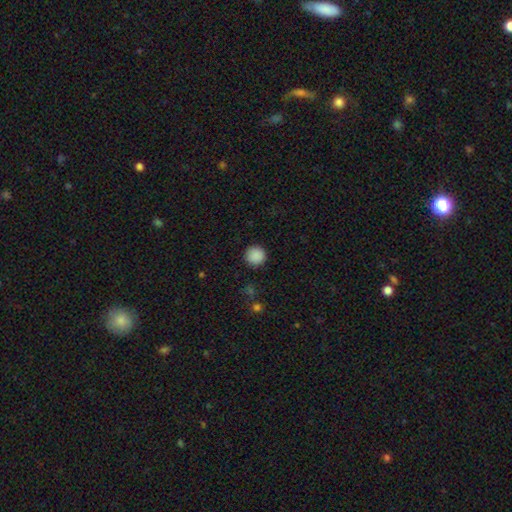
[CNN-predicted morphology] Smooth or featured?
  - smooth: 89% *
  - star or artifact: 9%
  - featured or disk: 3%
How rounded?
  - round: 95% *
  - in between: 4%
  - cigar-shaped: 1%
Merging?
  - none: 91% *
  - minor disturbance: 6%
  - major disturbance: 2%
  - merger: 1%